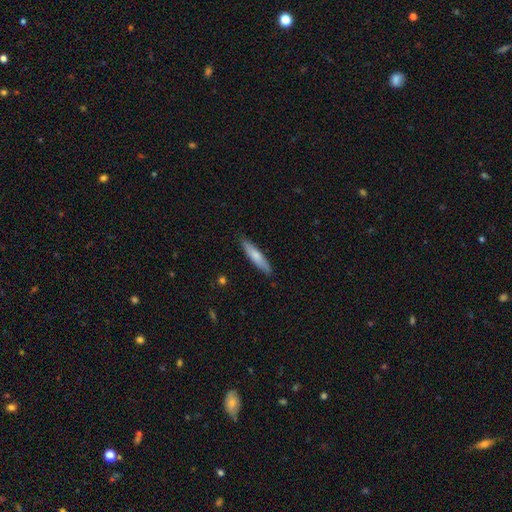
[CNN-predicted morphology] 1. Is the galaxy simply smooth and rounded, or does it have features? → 73% smooth, 22% featured or disk, 5% star or artifact.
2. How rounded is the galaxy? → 86% cigar-shaped, 13% in between, 1% round.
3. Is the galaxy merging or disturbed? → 88% none, 9% minor disturbance, 2% major disturbance, 1% merger.